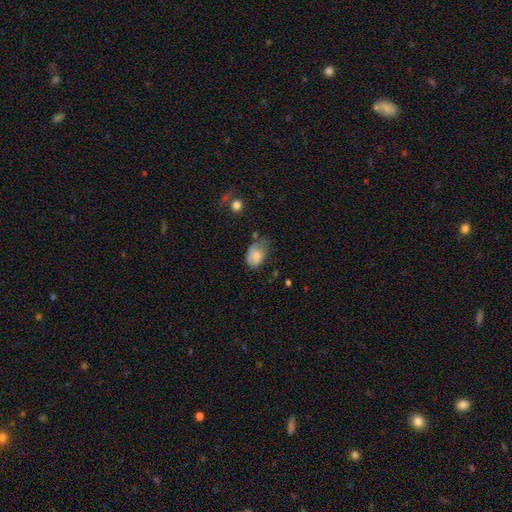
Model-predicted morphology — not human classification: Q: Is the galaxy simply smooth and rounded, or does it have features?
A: smooth — 73%.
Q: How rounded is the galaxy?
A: in between — 82%.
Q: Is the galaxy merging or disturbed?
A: minor disturbance — 42%.